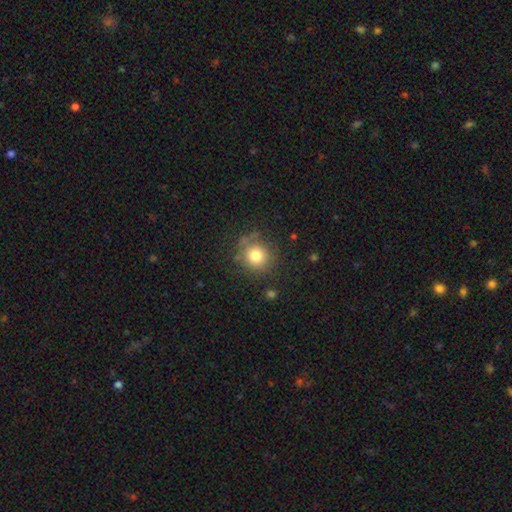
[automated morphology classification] The model was most divided on "merging": none: 78%, minor disturbance: 14%, major disturbance: 5%, merger: 4%. More confident: how rounded — round (88%); smooth or featured — smooth (79%).